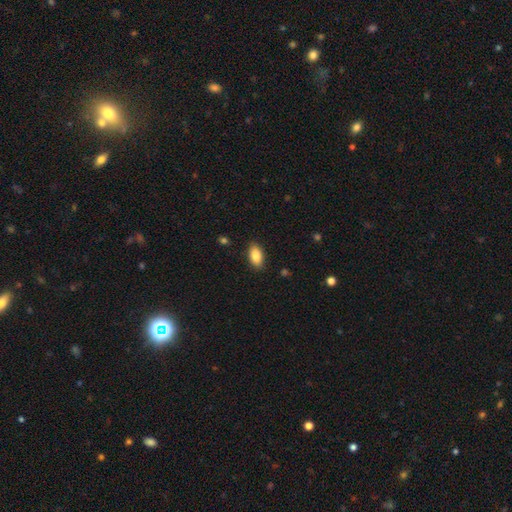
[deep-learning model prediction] Smooth or featured?
  - smooth: 85% *
  - featured or disk: 8%
  - star or artifact: 7%
How rounded?
  - in between: 92% *
  - round: 5%
  - cigar-shaped: 3%
Merging?
  - none: 88% *
  - minor disturbance: 9%
  - major disturbance: 2%
  - merger: 1%